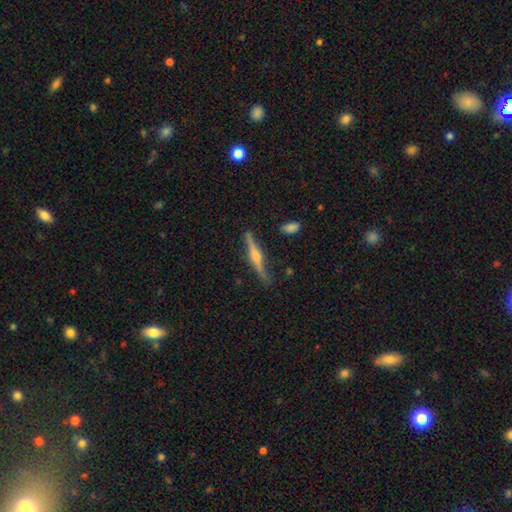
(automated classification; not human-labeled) A featured or disk galaxy (77%) viewed edge-on (98%) with a rounded central bulge (92%). Merging: none (85%).